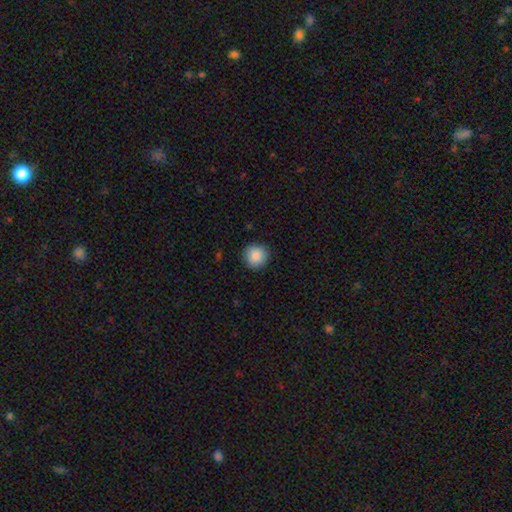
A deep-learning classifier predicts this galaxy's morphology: A smooth galaxy with no disk features (87%) that is round (94%). Merging: none (91%).